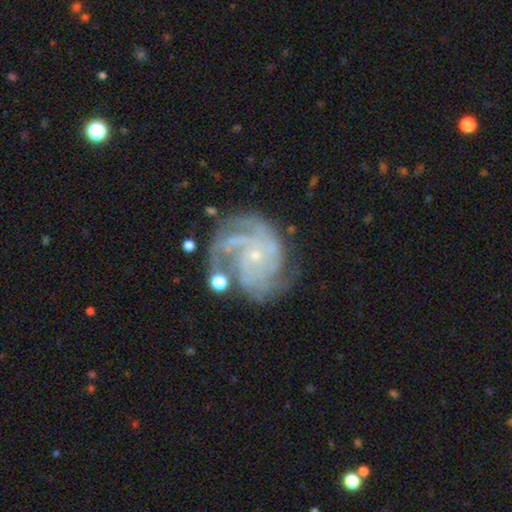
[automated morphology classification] Smooth or featured: featured or disk — 89% (star or artifact — 6%)
Edge-on disk: no — 98% (yes — 2%)
Bar: no — 74% (weak — 21%)
Spiral arms: yes — 97% (no — 3%)
Spiral winding: tight — 58% (medium — 36%)
Spiral arm count: 3 — 30% (4 — 29%)
Bulge size: small — 85% (moderate — 9%)
Merging: none — 64% (minor disturbance — 20%)